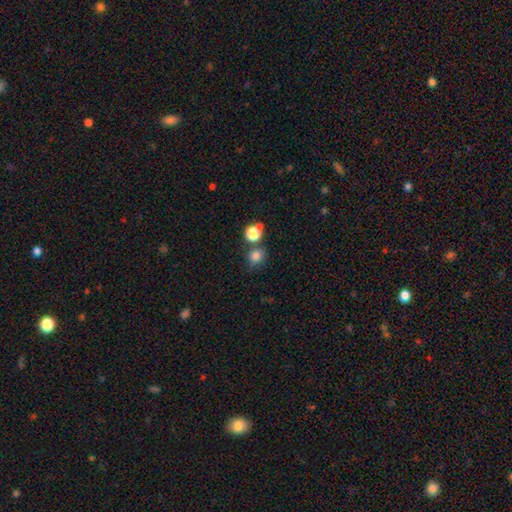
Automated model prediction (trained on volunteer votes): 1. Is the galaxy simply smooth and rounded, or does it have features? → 79% smooth, 15% star or artifact, 6% featured or disk.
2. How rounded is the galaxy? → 87% round, 12% in between, 1% cigar-shaped.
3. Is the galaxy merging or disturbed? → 65% none, 17% merger, 12% minor disturbance, 5% major disturbance.